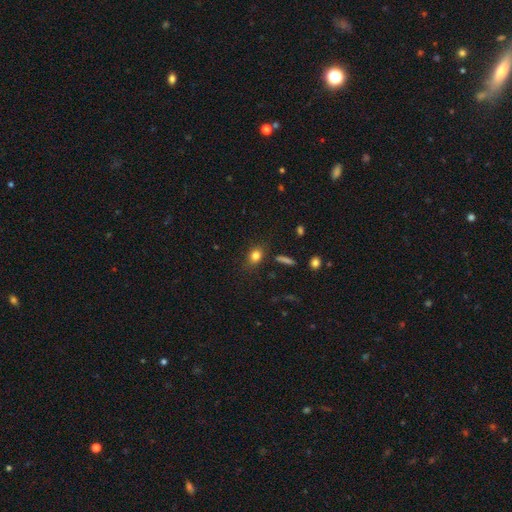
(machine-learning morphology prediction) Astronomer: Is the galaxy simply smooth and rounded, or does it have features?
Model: smooth — 81%.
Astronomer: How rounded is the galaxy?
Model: in between — 57% (runner-up: round, 41%).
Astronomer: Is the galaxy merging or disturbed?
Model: none — 80%.